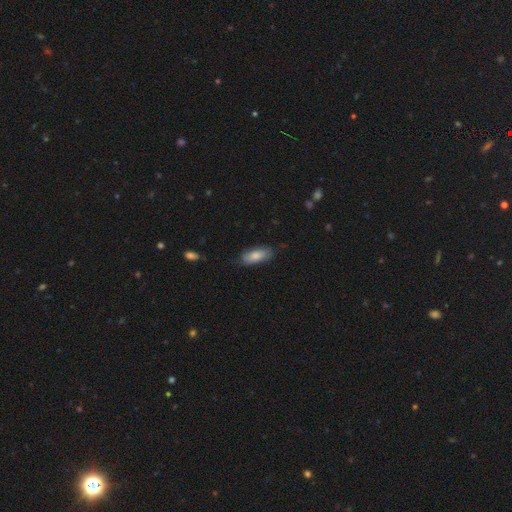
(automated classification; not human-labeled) Smooth or featured? smooth (79%)
How rounded? in between (79%)
Merging? none (72%)